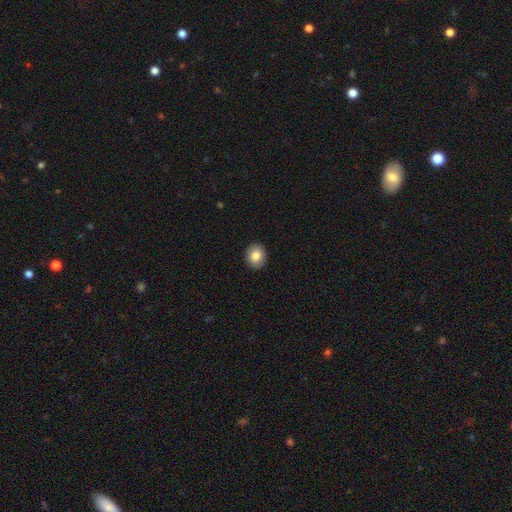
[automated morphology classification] The model was most divided on "how rounded": round: 71%, in between: 28%, cigar-shaped: 1%. More confident: merging — none (92%); smooth or featured — smooth (83%).